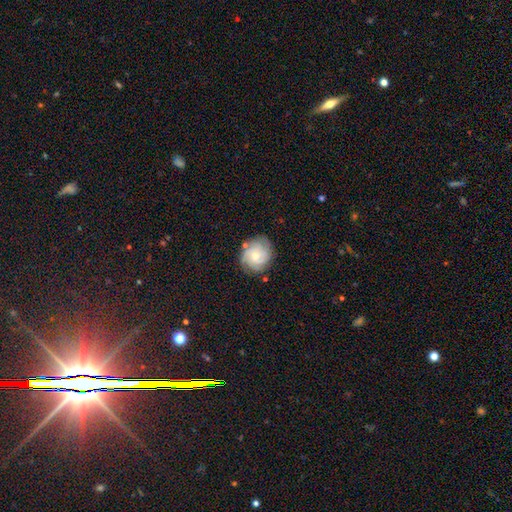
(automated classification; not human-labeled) Smooth or featured? Predicted: featured or disk (p=0.73). Edge-on disk? Predicted: no (p=0.98). Bar? Predicted: no (p=0.74). Spiral arms? Predicted: yes (p=0.95). Spiral winding? Predicted: tight (p=0.62). Spiral arm count? Predicted: 3 (p=0.33). Bulge size? Predicted: moderate (p=0.50). Merging? Predicted: none (p=0.79).